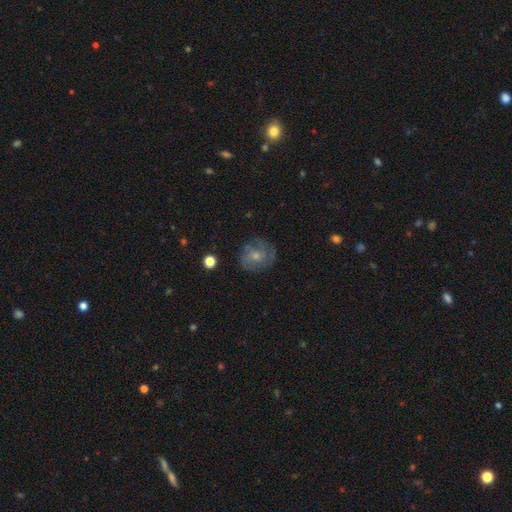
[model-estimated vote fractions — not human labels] Q: Smooth or featured?
A: featured or disk (57%); runner-up: smooth (28%)
Q: Edge-on disk?
A: no (97%); runner-up: yes (3%)
Q: Bar?
A: no (71%); runner-up: weak (25%)
Q: Spiral arms?
A: yes (81%); runner-up: no (19%)
Q: Bulge size?
A: moderate (49%); runner-up: small (45%)
Q: Merging?
A: none (78%); runner-up: minor disturbance (15%)